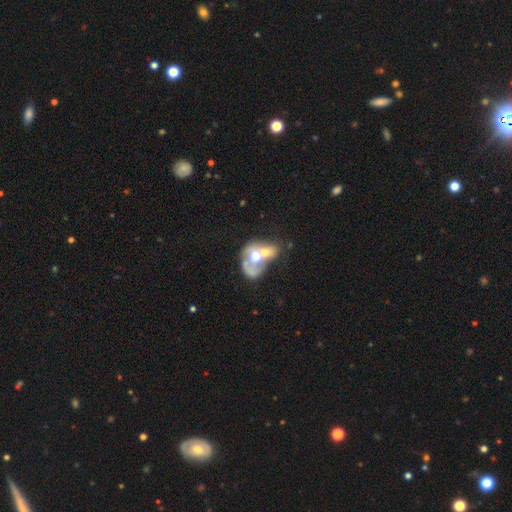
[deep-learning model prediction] smooth-or-featured: featured or disk: 53% | smooth: 39% | star or artifact: 8%
  disk-edge-on: no: 97% | yes: 3%
    bar: no: 87% | weak: 10% | strong: 3%
    has-spiral-arms: no: 80% | yes: 20%
    bulge-size: moderate: 67% | large: 15% | small: 10% | none: 5% | dominant: 2%
  merging: merger: 75% | major disturbance: 11% | none: 8% | minor disturbance: 6%